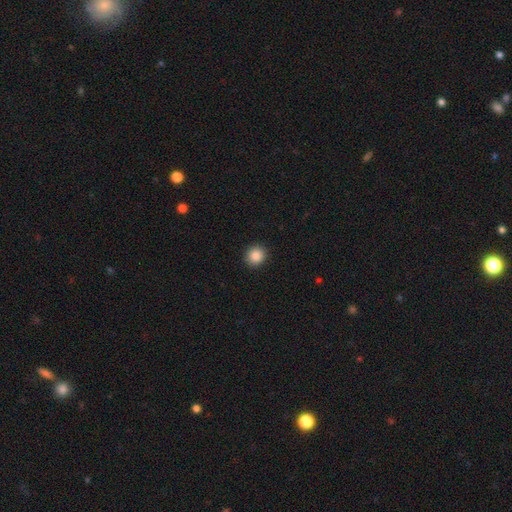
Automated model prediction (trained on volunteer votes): Smooth or featured? smooth (87%)
How rounded? round (91%)
Merging? none (92%)